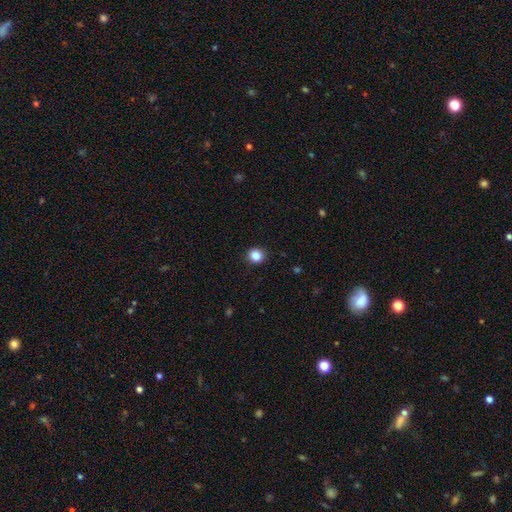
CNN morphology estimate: This appears to be a smooth galaxy with no disk features (86%) that is round (85%). Merging: none (91%).